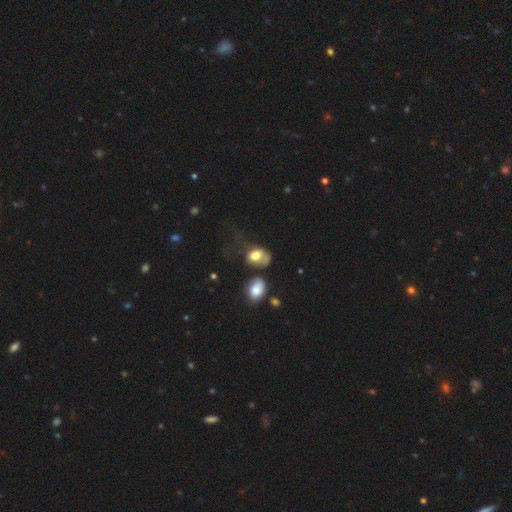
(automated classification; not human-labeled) A smooth galaxy with no disk features (73%) that is in between round and cigar-shaped (70%).

Vote fractions:
- Smooth or featured? smooth: 73% / featured or disk: 18% / star or artifact: 9%
- How rounded? in between: 70% / round: 29% / cigar-shaped: 1%
- Merging? major disturbance: 41% / minor disturbance: 21% / none: 21% / merger: 17%